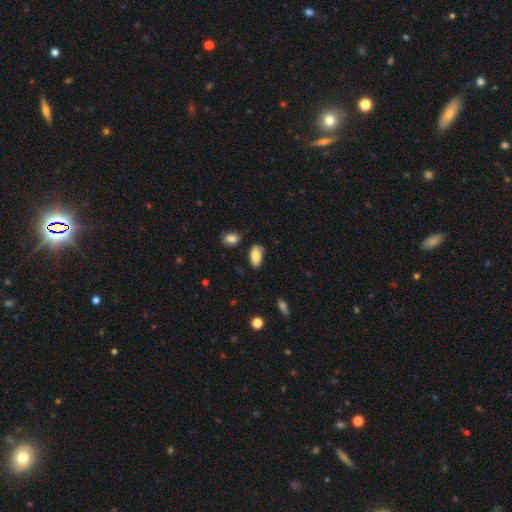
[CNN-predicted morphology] Overall: smooth (77%). How rounded: in between (93%). Merging: none (66%).